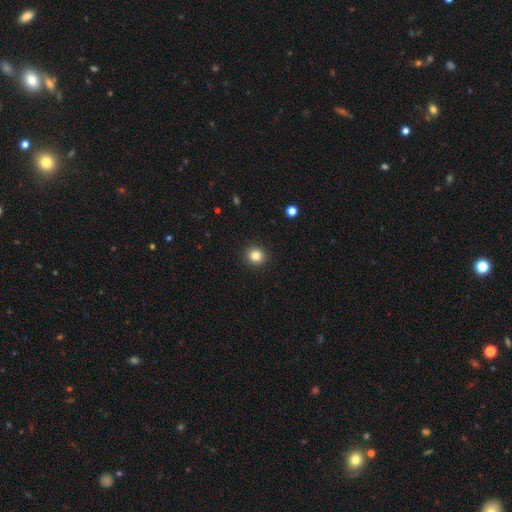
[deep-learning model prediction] A smooth galaxy with no disk features (84%) that is round (89%).

Vote fractions:
- Smooth or featured? smooth: 84% / star or artifact: 11% / featured or disk: 5%
- How rounded? round: 89% / in between: 10% / cigar-shaped: 1%
- Merging? none: 93% / minor disturbance: 5% / major disturbance: 2% / merger: 1%